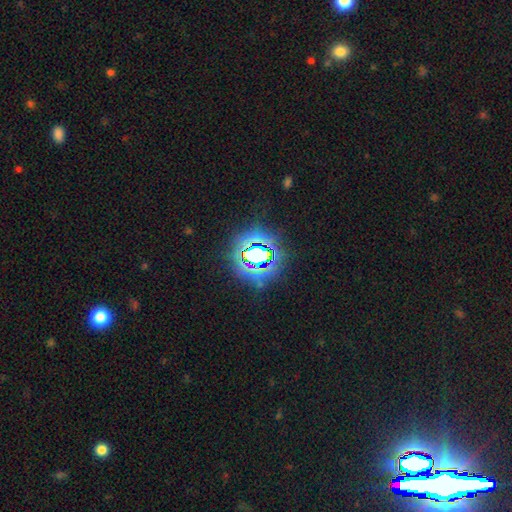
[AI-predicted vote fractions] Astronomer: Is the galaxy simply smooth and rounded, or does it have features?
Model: star or artifact — 78%.